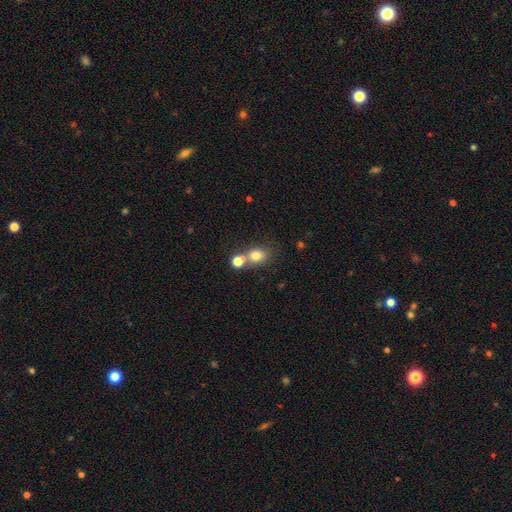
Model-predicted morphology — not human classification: The model was most divided on "merging": none: 47%, merger: 38%, minor disturbance: 10%, major disturbance: 4%. More confident: smooth or featured — smooth (76%); how rounded — round (57%).